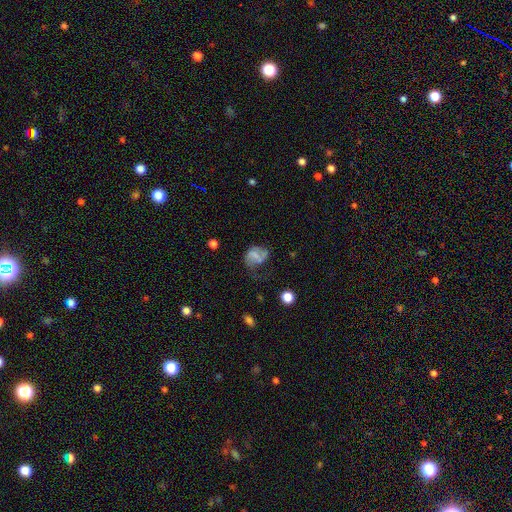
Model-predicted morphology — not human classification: Smooth or featured: smooth — 47% (featured or disk — 41%)
Merging: major disturbance — 36% (none — 31%)